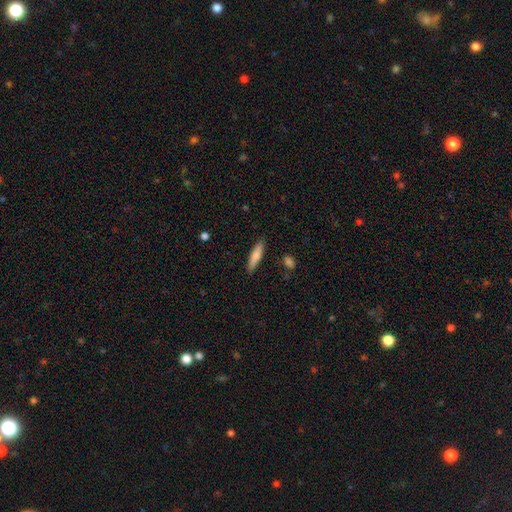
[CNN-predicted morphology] Smooth or featured: smooth — 76% (featured or disk — 19%)
How rounded: cigar-shaped — 81% (in between — 18%)
Merging: none — 88% (minor disturbance — 9%)